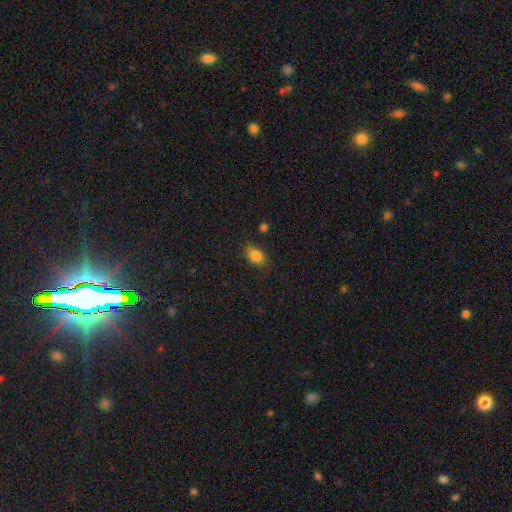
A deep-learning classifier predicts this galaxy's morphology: This appears to be a smooth galaxy with no disk features (83%) that is in between round and cigar-shaped (79%). Merging: none (79%).